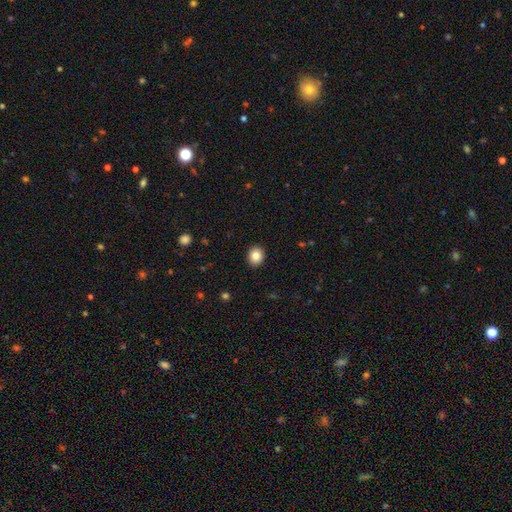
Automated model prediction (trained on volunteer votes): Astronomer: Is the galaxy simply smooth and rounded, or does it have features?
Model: smooth — 84%.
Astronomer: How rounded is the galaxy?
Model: round — 71%.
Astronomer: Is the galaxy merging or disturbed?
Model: none — 92%.